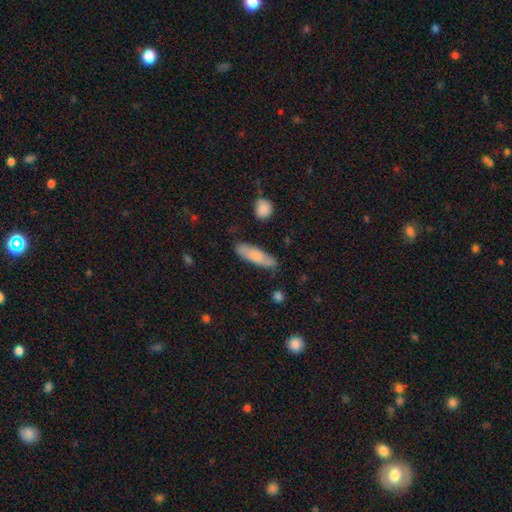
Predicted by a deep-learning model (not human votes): Smooth or featured: smooth — 78% (featured or disk — 16%)
How rounded: cigar-shaped — 55% (in between — 43%)
Merging: none — 78% (minor disturbance — 16%)